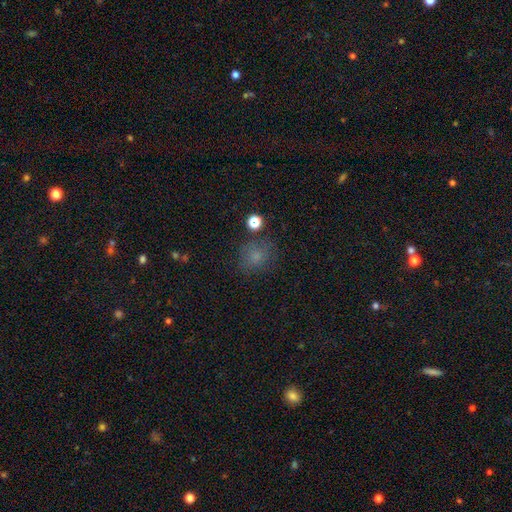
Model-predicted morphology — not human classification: A smooth galaxy with no disk features (73%) that is round (79%). Merging: none (76%).